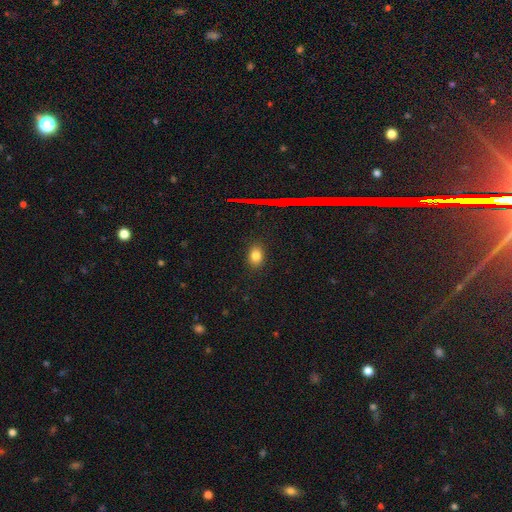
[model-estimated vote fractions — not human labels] The model was most divided on "how rounded": in between: 69%, round: 30%, cigar-shaped: 2%. More confident: merging — none (88%); smooth or featured — smooth (79%).